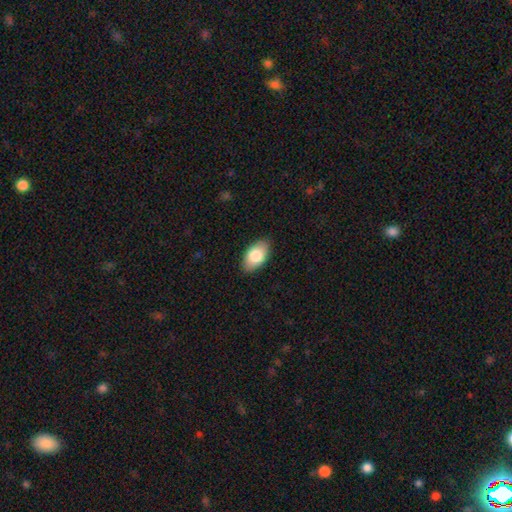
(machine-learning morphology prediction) A smooth galaxy with no disk features (82%) that is in between round and cigar-shaped (94%).

Vote fractions:
- Smooth or featured? smooth: 82% / featured or disk: 12% / star or artifact: 6%
- How rounded? in between: 94% / round: 4% / cigar-shaped: 2%
- Merging? none: 87% / minor disturbance: 10% / major disturbance: 2% / merger: 1%